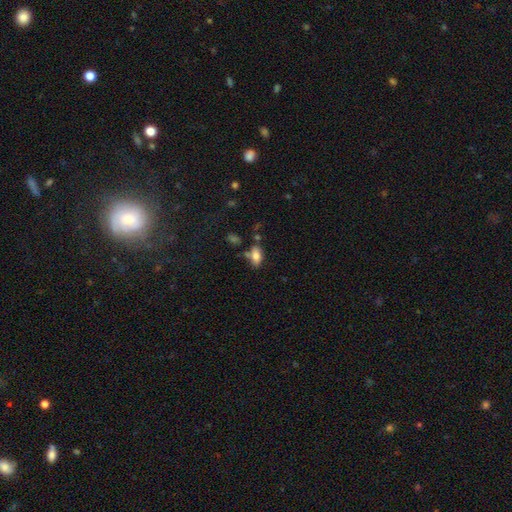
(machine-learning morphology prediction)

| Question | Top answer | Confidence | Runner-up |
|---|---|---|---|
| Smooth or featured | smooth | 77% | featured or disk (14%) |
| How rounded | in between | 89% | cigar-shaped (6%) |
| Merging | none | 62% | minor disturbance (20%) |